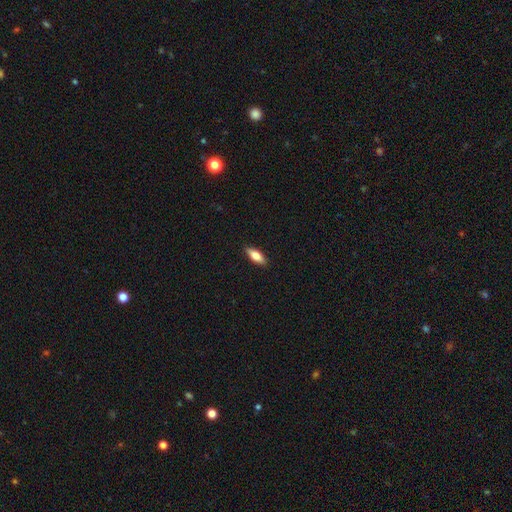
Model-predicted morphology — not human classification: smooth_or_featured: smooth (p=0.70) [alt: featured or disk p=0.24]
how_rounded: in between (p=0.64) [alt: cigar-shaped p=0.33]
merging: none (p=0.90) [alt: minor disturbance p=0.08]